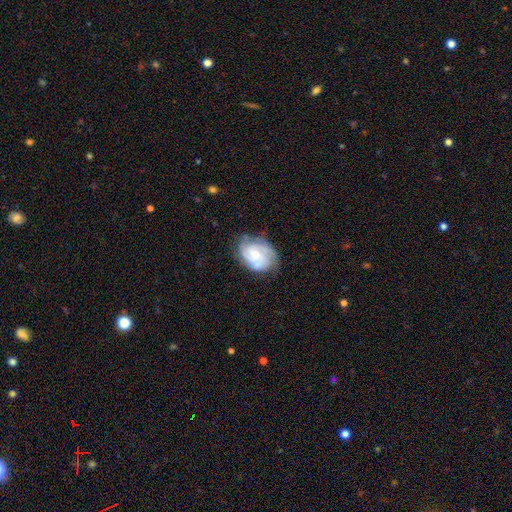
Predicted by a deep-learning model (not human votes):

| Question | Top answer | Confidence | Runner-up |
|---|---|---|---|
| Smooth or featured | featured or disk | 70% | smooth (24%) |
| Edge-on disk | no | 97% | yes (3%) |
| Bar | no | 62% | weak (32%) |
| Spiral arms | yes | 89% | no (11%) |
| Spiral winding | tight | 56% | medium (35%) |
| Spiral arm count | can't tell | 32% | 2 (30%) |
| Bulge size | small | 47% | tied: moderate (47%) |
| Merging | none | 67% | minor disturbance (23%) |